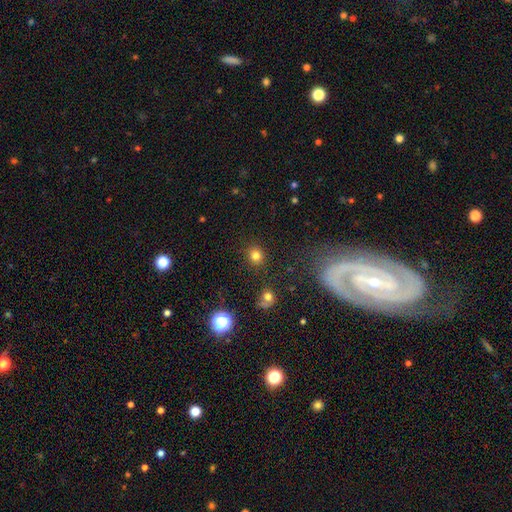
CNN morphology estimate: A smooth galaxy with no disk features (79%) that is round (86%). Merging: none (88%).